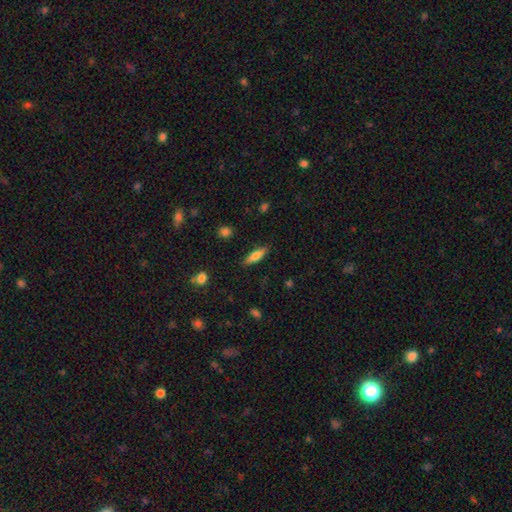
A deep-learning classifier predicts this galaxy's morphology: Smooth or featured?
  - smooth: 64% *
  - featured or disk: 29%
  - star or artifact: 7%
How rounded?
  - cigar-shaped: 54% *
  - in between: 44%
  - round: 2%
Merging?
  - none: 85% *
  - minor disturbance: 11%
  - major disturbance: 3%
  - merger: 1%